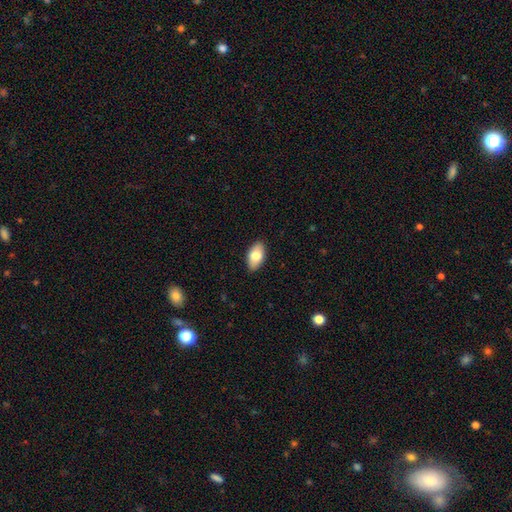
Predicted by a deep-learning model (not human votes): A smooth galaxy with no disk features (79%) that is in between round and cigar-shaped (94%).

Vote fractions:
- Smooth or featured? smooth: 79% / featured or disk: 15% / star or artifact: 6%
- How rounded? in between: 94% / round: 4% / cigar-shaped: 2%
- Merging? none: 88% / minor disturbance: 10% / major disturbance: 2% / merger: 1%